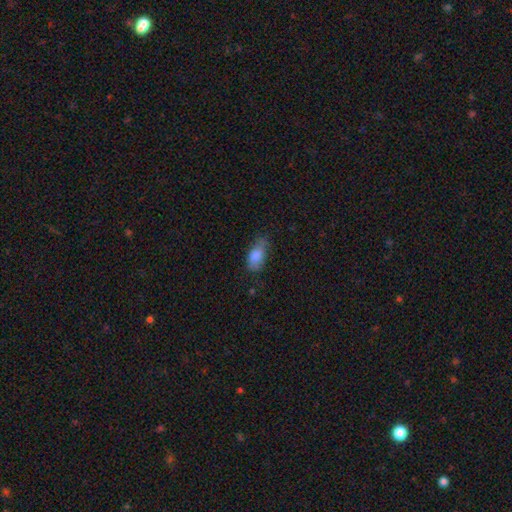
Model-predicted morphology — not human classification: smooth 82%, featured or disk 11%, star or artifact 7%. Down the decision tree: how rounded — in between (87%); merging — none (58%).